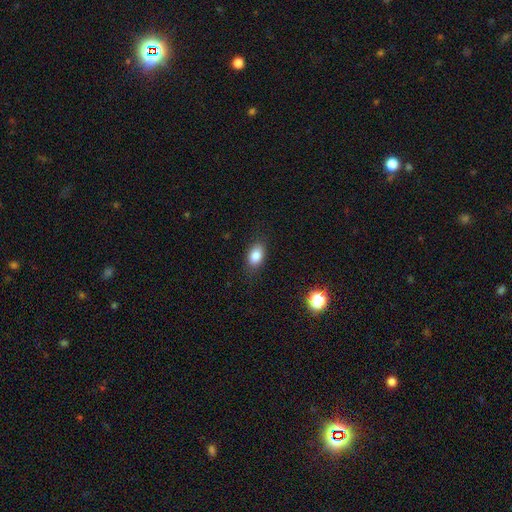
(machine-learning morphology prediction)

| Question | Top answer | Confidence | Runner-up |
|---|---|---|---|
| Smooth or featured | smooth | 85% | star or artifact (9%) |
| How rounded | in between | 87% | round (11%) |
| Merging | none | 84% | minor disturbance (12%) |